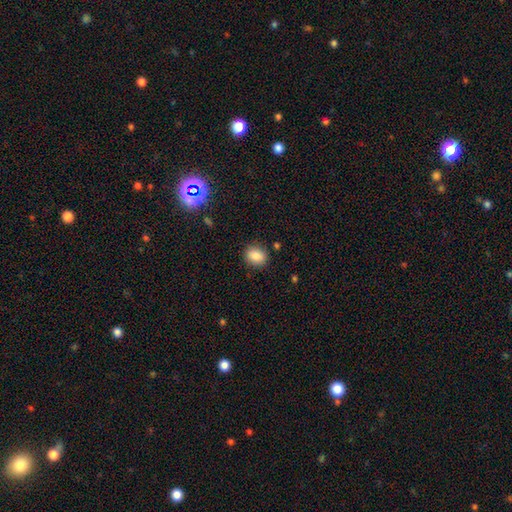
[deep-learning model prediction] Morphology: type=smooth (85%); roundness=round (54%); merging=none (87%).